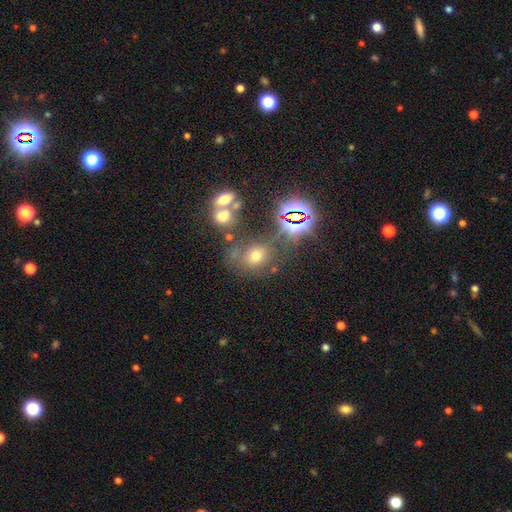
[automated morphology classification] This appears to be a smooth galaxy with no disk features (57%) that is round (58%). Merging: none (55%).